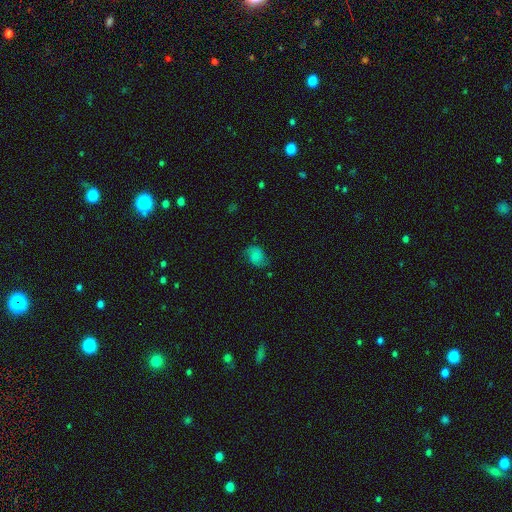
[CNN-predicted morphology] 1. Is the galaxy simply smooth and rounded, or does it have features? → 57% smooth, 29% featured or disk, 14% star or artifact.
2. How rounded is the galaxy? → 62% in between, 36% round, 1% cigar-shaped.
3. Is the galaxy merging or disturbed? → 64% none, 25% minor disturbance, 10% major disturbance, 2% merger.